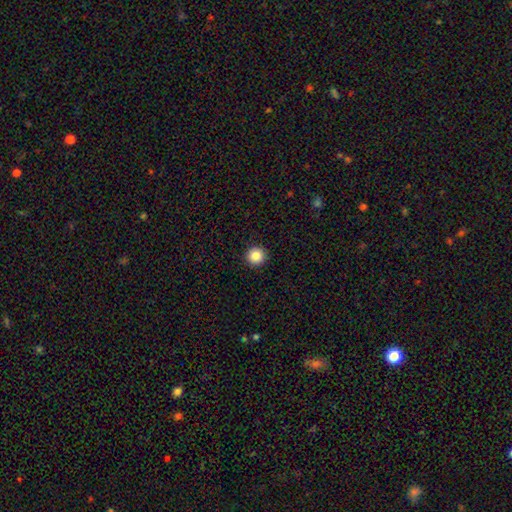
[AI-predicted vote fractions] This is clearly a smooth galaxy (86%). How rounded: clearly round (96%). Merging: clearly none (94%).